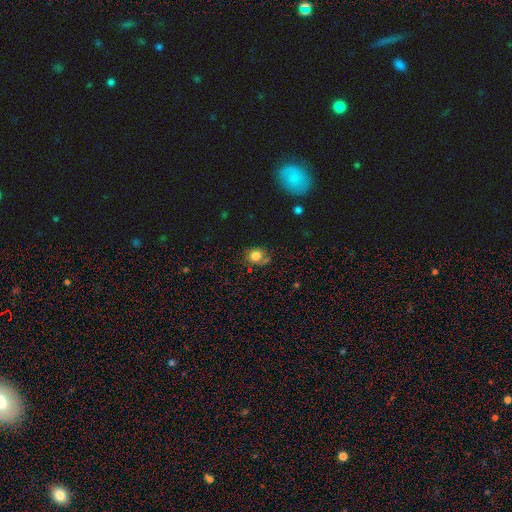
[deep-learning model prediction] smooth 78%, star or artifact 12%, featured or disk 10%. Down the decision tree: how rounded — round (71%); merging — none (66%).